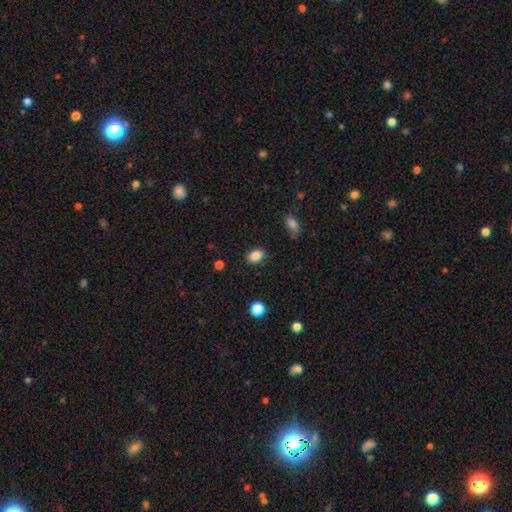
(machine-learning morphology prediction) Overall: smooth (87%). How rounded: in between (77%). Merging: none (85%).